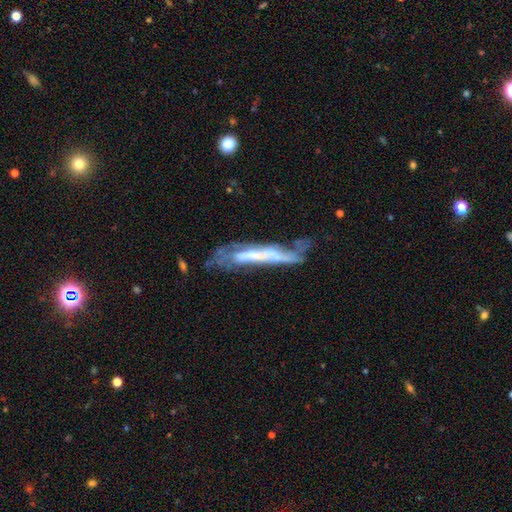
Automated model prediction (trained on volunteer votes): Smooth or featured: featured or disk — 59% (smooth — 33%)
Edge-on disk: no — 51% (yes — 49%)
Merging: none — 32% (major disturbance — 28%)